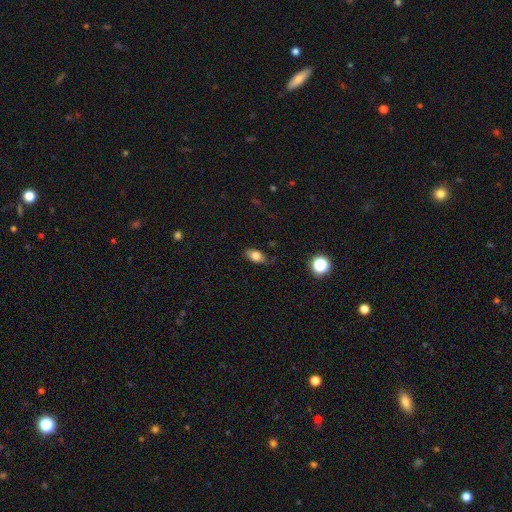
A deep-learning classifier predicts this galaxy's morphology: Smooth or featured? Predicted: smooth (p=0.75). How rounded? Predicted: in between (p=0.83). Merging? Predicted: none (p=0.73).